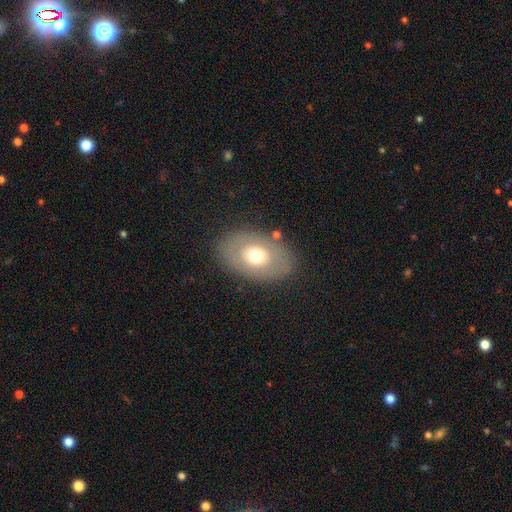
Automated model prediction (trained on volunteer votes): Overall: smooth (58%; featured or disk 34%). How rounded: in between (82%). Merging: none (82%).